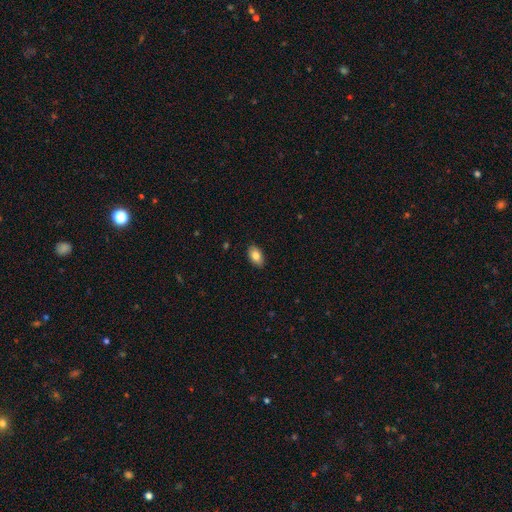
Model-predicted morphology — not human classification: smooth-or-featured: smooth: 82% | featured or disk: 10% | star or artifact: 7%
  how-rounded: in between: 92% | round: 6% | cigar-shaped: 2%
  merging: none: 89% | minor disturbance: 8% | major disturbance: 2% | merger: 1%